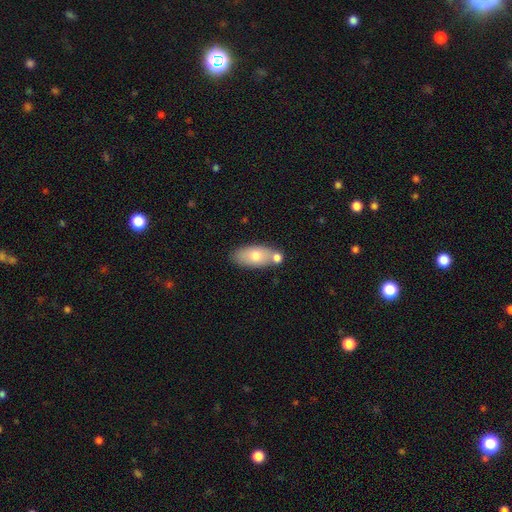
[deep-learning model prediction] This is likely a smooth galaxy (71%). How rounded: clearly in between (88%). Merging: possibly none (59%).